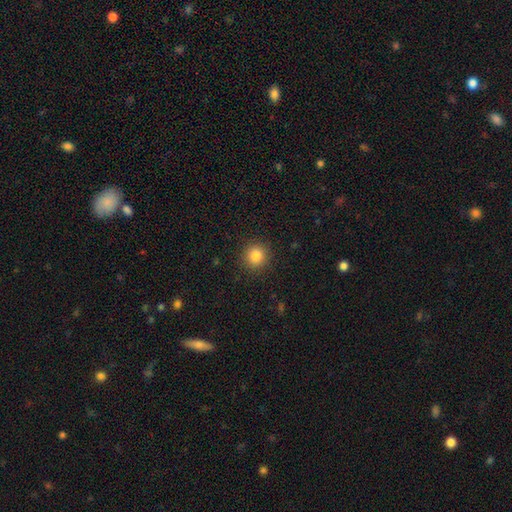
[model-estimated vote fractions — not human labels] Smooth or featured? Predicted: smooth (p=0.84). How rounded? Predicted: round (p=0.92). Merging? Predicted: none (p=0.91).